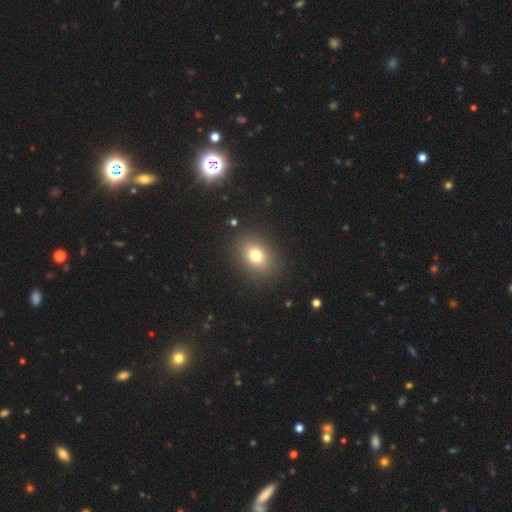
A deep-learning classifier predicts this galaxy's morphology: Smooth or featured? smooth (76%)
How rounded? in between (59%)
Merging? none (88%)